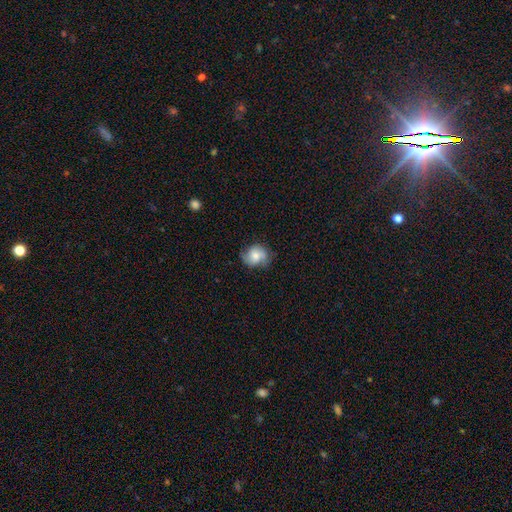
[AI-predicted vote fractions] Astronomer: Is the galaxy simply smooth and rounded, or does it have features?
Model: smooth — 61%.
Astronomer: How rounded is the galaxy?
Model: round — 63%.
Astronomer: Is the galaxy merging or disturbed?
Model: none — 62%.